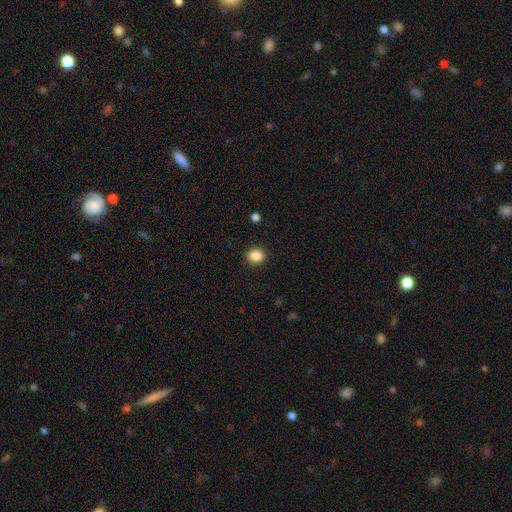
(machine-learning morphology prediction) A smooth galaxy with no disk features (87%) that is round (64%).

Vote fractions:
- Smooth or featured? smooth: 87% / star or artifact: 10% / featured or disk: 3%
- How rounded? round: 64% / in between: 35% / cigar-shaped: 1%
- Merging? none: 91% / minor disturbance: 6% / major disturbance: 2% / merger: 1%